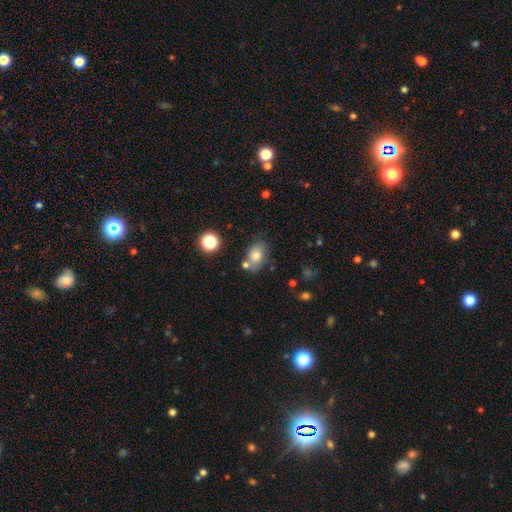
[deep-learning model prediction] Smooth or featured? Predicted: smooth (p=0.77). How rounded? Predicted: in between (p=0.78). Merging? Predicted: none (p=0.66).